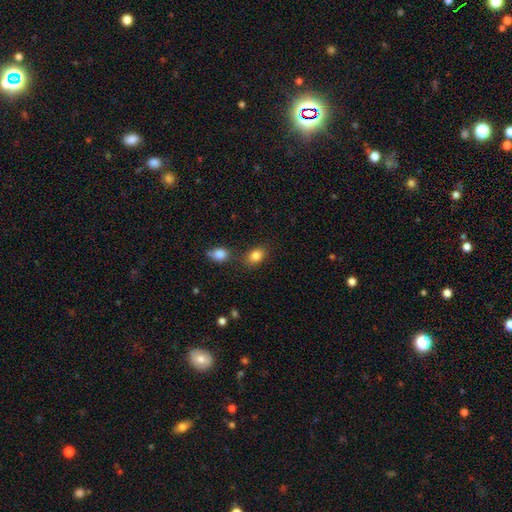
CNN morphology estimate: Overall: smooth (84%). How rounded: in between (70%). Merging: none (73%).